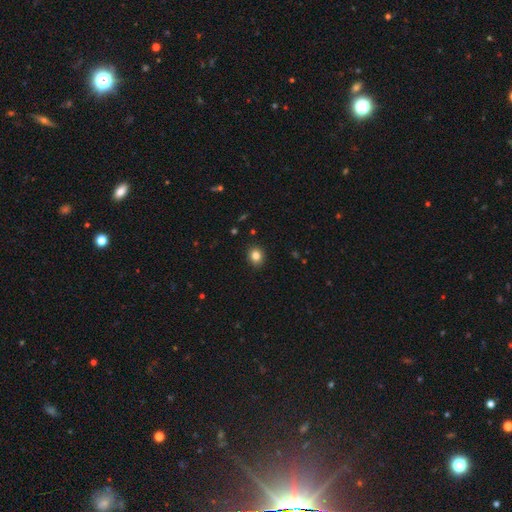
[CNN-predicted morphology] type=smooth (84%); roundness=round (71%); merging=none (90%).